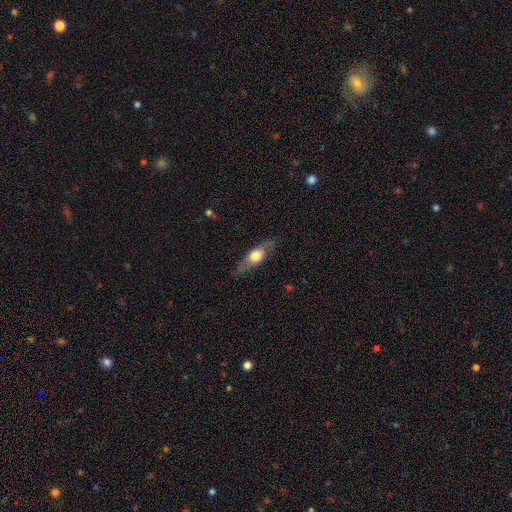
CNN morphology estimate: Smooth or featured? Predicted: featured or disk (p=0.47, tied with smooth). Merging? Predicted: none (p=0.79).